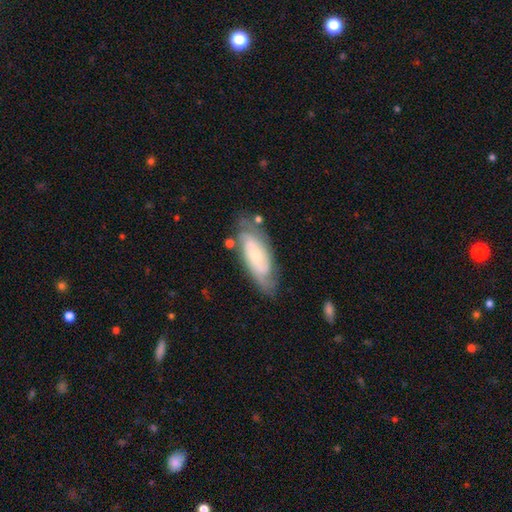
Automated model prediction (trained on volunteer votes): Morphology: type=featured or disk (71%); edge-on=no (87%); bar=no (69%); spiral arms=yes (87%); winding=tight (57%); arm count=2 (40%, tied with can't tell); bulge=small (60%); merging=none (69%).